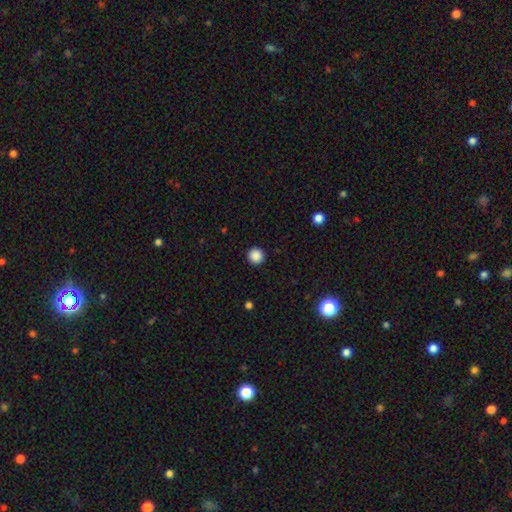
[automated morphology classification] Smooth or featured? smooth (88%)
How rounded? round (96%)
Merging? none (93%)